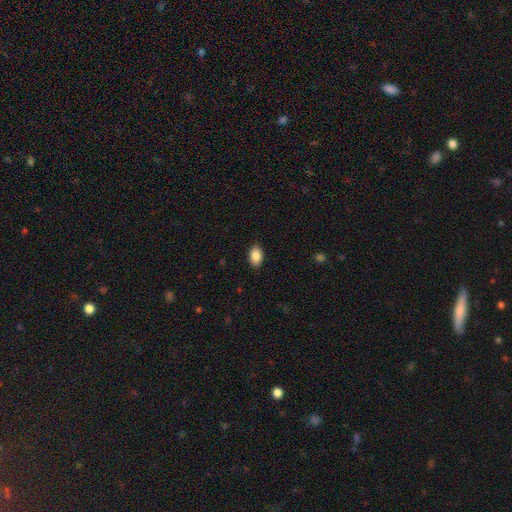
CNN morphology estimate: Smooth or featured?
  - smooth: 89% *
  - star or artifact: 7%
  - featured or disk: 4%
How rounded?
  - in between: 90% *
  - round: 8%
  - cigar-shaped: 1%
Merging?
  - none: 89% *
  - minor disturbance: 9%
  - major disturbance: 2%
  - merger: 1%